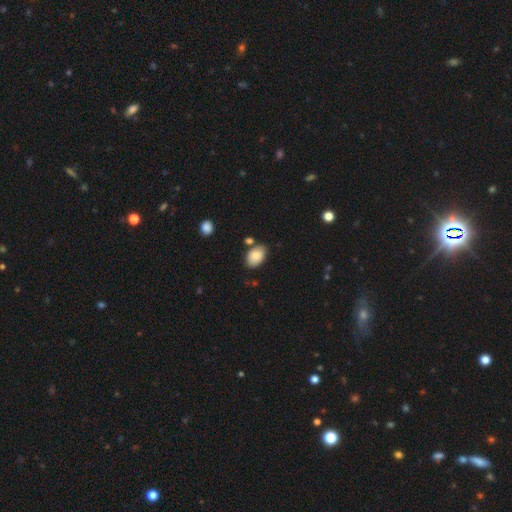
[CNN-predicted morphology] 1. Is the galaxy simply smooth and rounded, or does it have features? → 84% smooth, 9% featured or disk, 7% star or artifact.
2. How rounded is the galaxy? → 88% in between, 11% round, 1% cigar-shaped.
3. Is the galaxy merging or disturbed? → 73% none, 15% minor disturbance, 9% merger, 3% major disturbance.